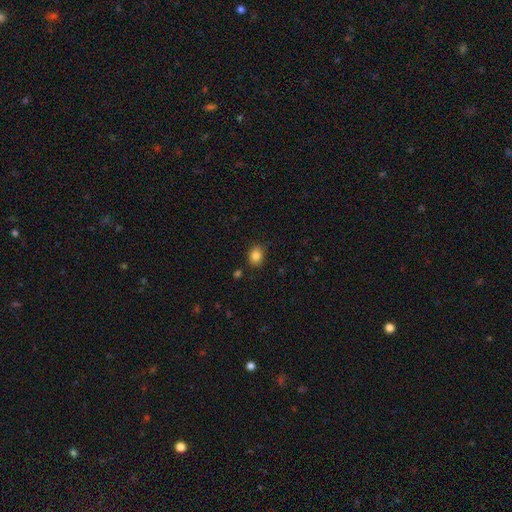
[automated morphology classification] This is clearly a smooth galaxy (84%). How rounded: possibly in between (50%). Merging: clearly none (81%).